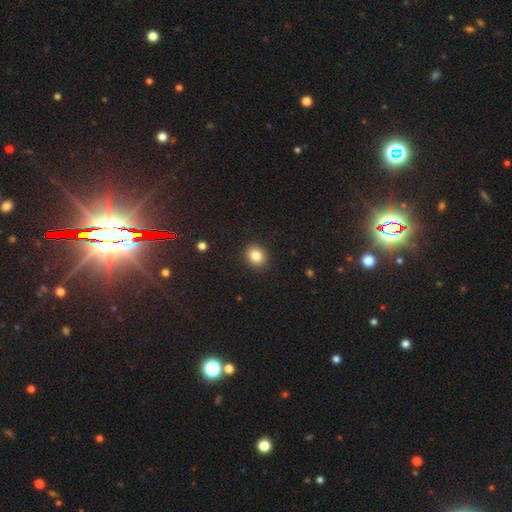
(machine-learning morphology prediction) Smooth or featured?
  - smooth: 85% *
  - star or artifact: 10%
  - featured or disk: 5%
How rounded?
  - round: 68% *
  - in between: 31%
  - cigar-shaped: 1%
Merging?
  - none: 91% *
  - minor disturbance: 6%
  - major disturbance: 2%
  - merger: 1%